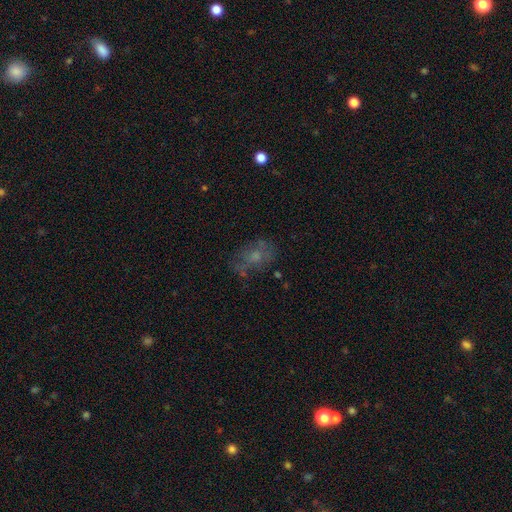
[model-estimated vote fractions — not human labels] This is possibly a smooth galaxy (48%). Merging: possibly none (55%).